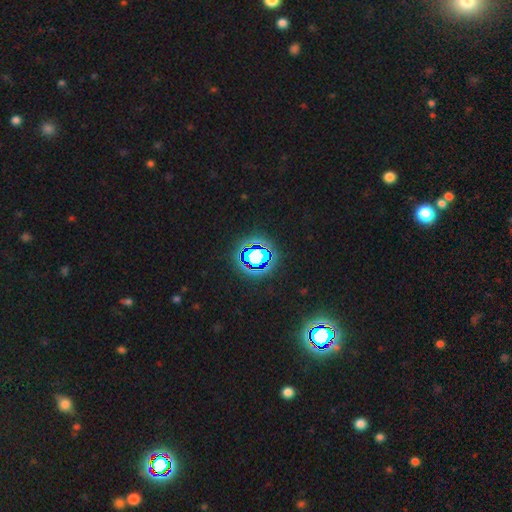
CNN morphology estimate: smooth_or_featured: star or artifact (p=0.80) [alt: smooth p=0.13]